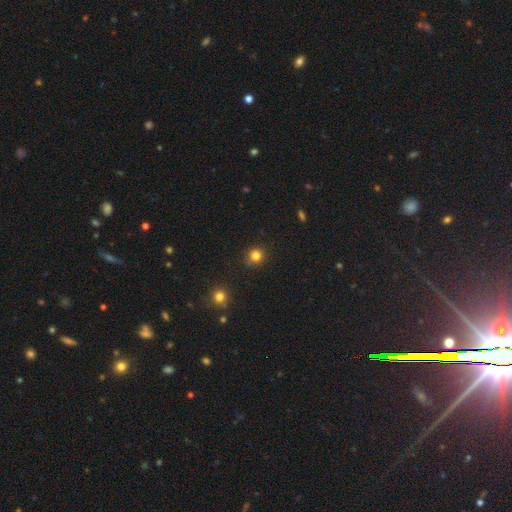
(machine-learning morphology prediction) Overall: smooth (82%). How rounded: round (90%). Merging: none (88%).